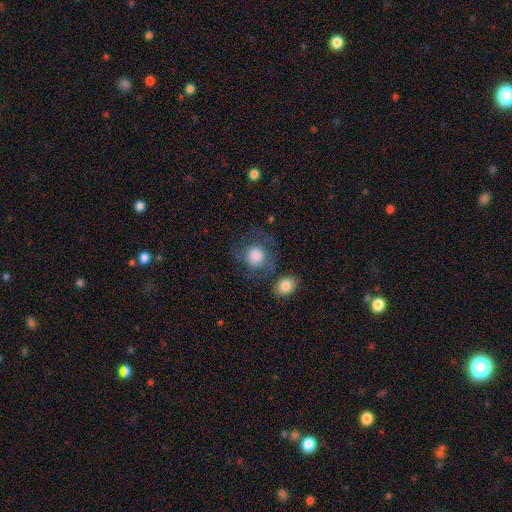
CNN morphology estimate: smooth_or_featured: smooth (p=0.73) [alt: featured or disk p=0.19]
how_rounded: round (p=0.83) [alt: in between p=0.16]
merging: none (p=0.51) [alt: major disturbance p=0.20]